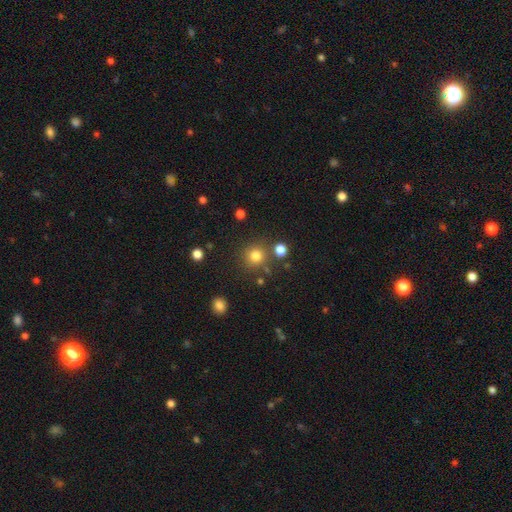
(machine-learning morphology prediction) Smooth or featured?
  - smooth: 79% *
  - star or artifact: 15%
  - featured or disk: 6%
How rounded?
  - round: 92% *
  - in between: 7%
  - cigar-shaped: 1%
Merging?
  - none: 81% *
  - minor disturbance: 8%
  - merger: 8%
  - major disturbance: 3%